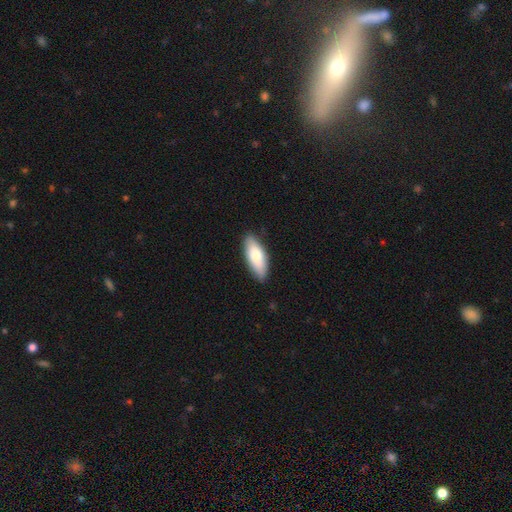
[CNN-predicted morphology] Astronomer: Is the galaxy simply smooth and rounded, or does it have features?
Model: smooth — 76%.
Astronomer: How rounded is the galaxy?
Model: in between — 72%.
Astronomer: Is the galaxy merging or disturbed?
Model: none — 87%.